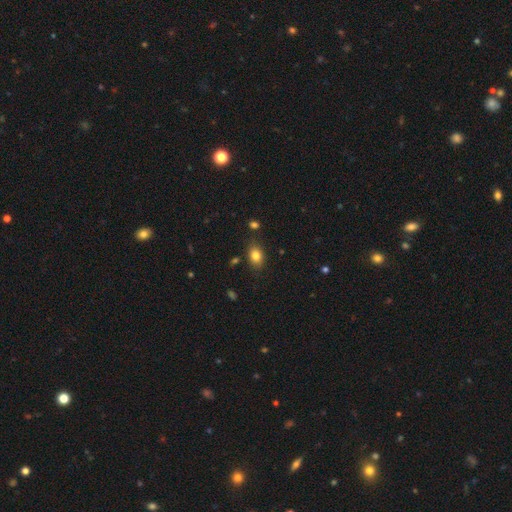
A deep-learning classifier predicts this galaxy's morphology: Smooth or featured? Predicted: smooth (p=0.82). How rounded? Predicted: in between (p=0.75). Merging? Predicted: none (p=0.82).